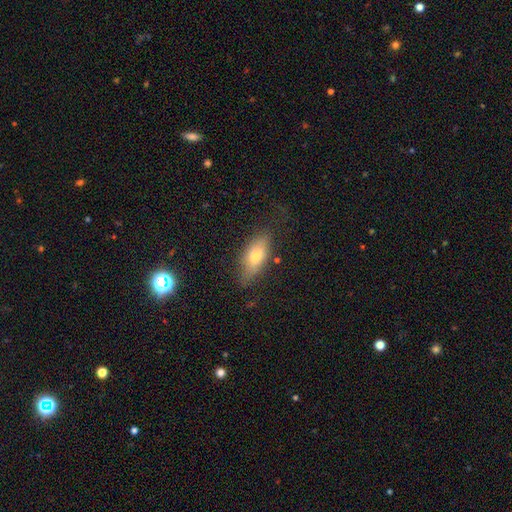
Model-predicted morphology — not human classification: smooth 64%, featured or disk 27%, star or artifact 9%. Down the decision tree: how rounded — in between (74%); merging — none (71%).